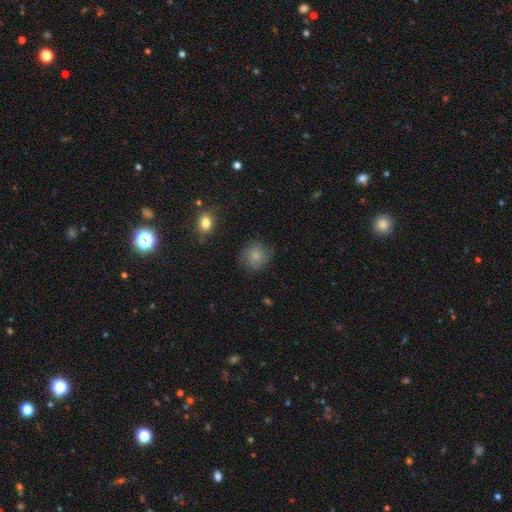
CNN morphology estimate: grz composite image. It shows a smooth galaxy with no disk features (78%) that is round (86%). Merging: none (77%).